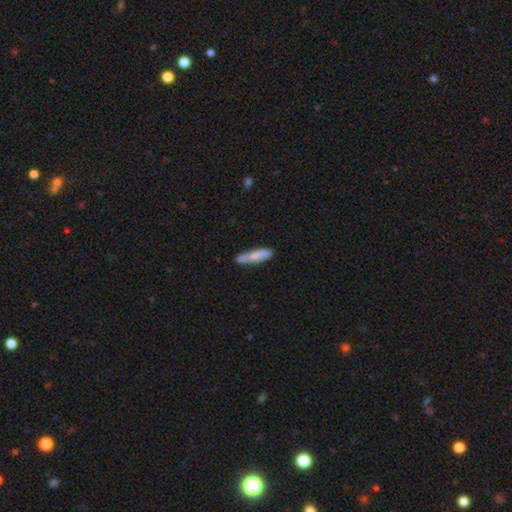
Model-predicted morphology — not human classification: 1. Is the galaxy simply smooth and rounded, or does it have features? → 73% smooth, 21% featured or disk, 6% star or artifact.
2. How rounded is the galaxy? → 83% cigar-shaped, 15% in between, 2% round.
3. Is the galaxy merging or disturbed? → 77% none, 17% minor disturbance, 3% merger, 3% major disturbance.